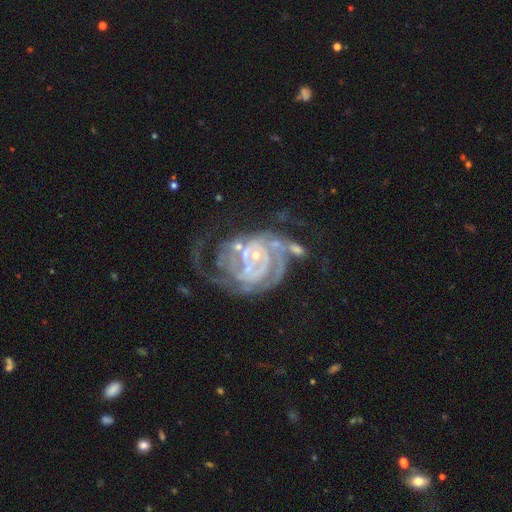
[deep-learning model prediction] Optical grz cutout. It shows a featured or disk galaxy (88%) with no bar (55%), 2 (33%) tight (61%) spiral arms (95%) and a small central bulge (77%). Merging: none (34%).